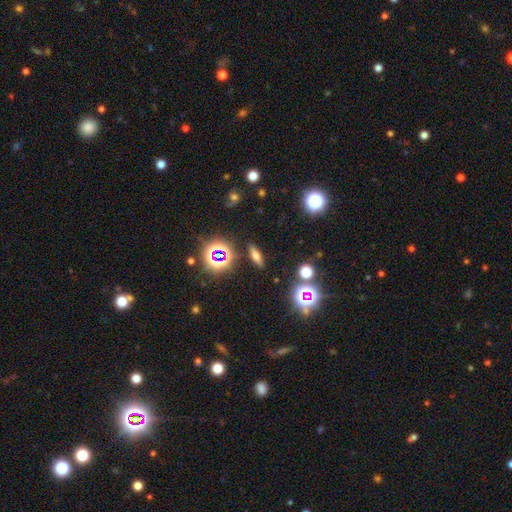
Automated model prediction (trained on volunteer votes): The model was most divided on "smooth or featured": smooth: 47%, featured or disk: 29%, star or artifact: 24%. More confident: merging — none (87%).